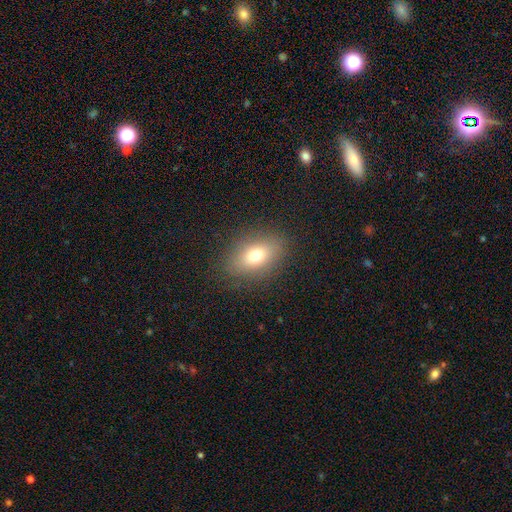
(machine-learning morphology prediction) smooth_or_featured: smooth (p=0.72) [alt: featured or disk p=0.15]
how_rounded: in between (p=0.78) [alt: round p=0.20]
merging: none (p=0.84) [alt: minor disturbance p=0.11]